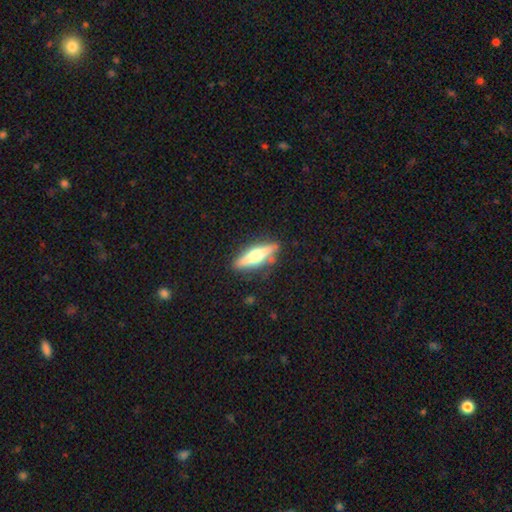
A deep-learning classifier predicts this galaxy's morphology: The model was most divided on "smooth or featured": featured or disk: 63%, smooth: 31%, star or artifact: 6%. More confident: edge-on disk — yes (94%); edge-on bulge — rounded (93%); merging — none (84%).